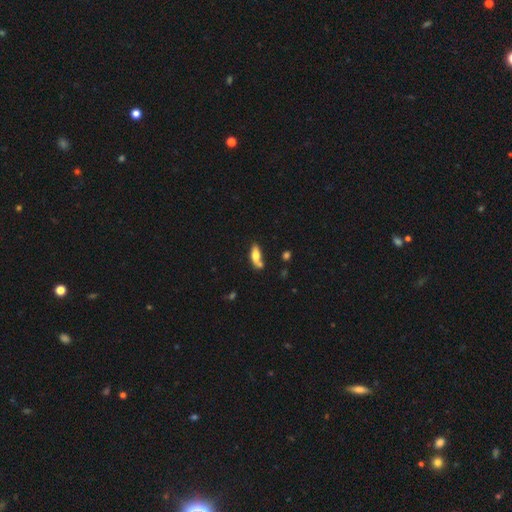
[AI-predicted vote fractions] Overall: smooth (67%). How rounded: in between (70%). Merging: none (49%; merger 25%).